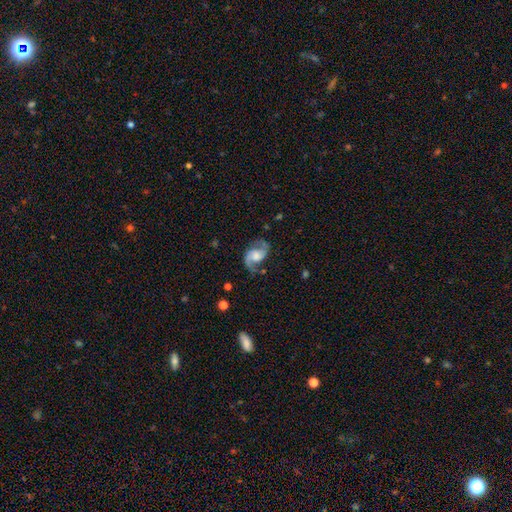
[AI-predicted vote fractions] smooth_or_featured: featured or disk (p=0.87) [alt: smooth p=0.08]
disk_edge_on: no (p=0.98) [alt: yes p=0.02]
bar: no (p=0.55) [alt: weak p=0.37]
has_spiral_arms: yes (p=0.97) [alt: no p=0.03]
spiral_winding: medium (p=0.47) [alt: loose p=0.42]
spiral_arm_count: 2 (p=0.92) [alt: 1 p=0.03]
bulge_size: moderate (p=0.36) [alt: small p=0.24]
merging: none (p=0.73) [alt: minor disturbance p=0.17]